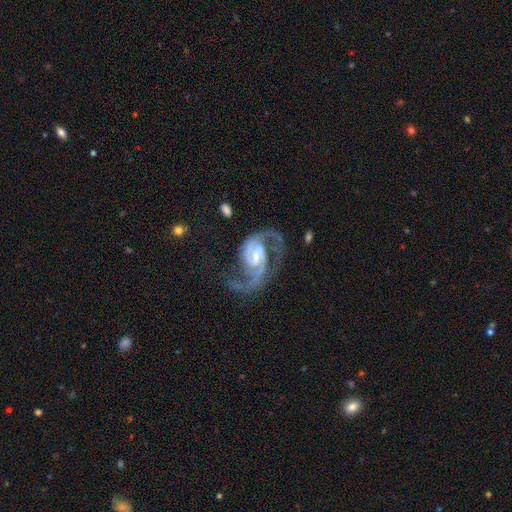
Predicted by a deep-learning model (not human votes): A featured or disk galaxy (92%) with a weak bar (50%), 2 (88%) medium (57%) spiral arms (98%) and a small central bulge (50%). Merging: none (61%).